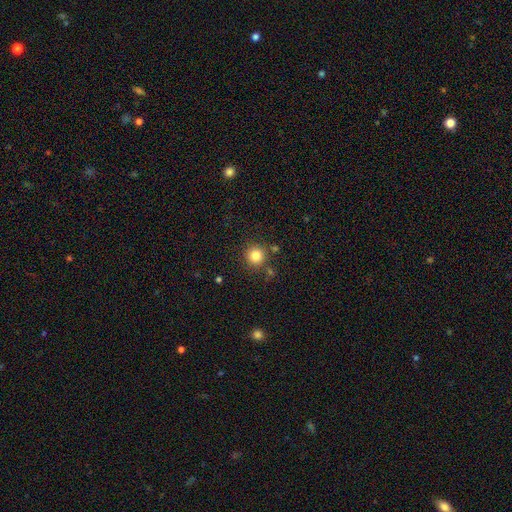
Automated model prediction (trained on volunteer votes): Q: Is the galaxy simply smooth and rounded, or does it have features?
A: smooth — 83%.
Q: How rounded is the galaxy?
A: round — 94%.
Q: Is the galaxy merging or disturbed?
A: none — 84%.